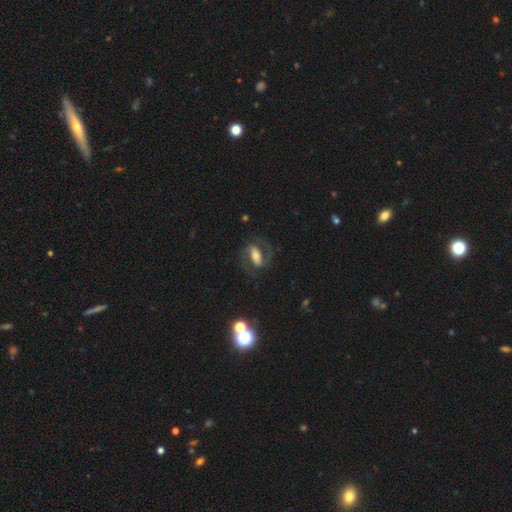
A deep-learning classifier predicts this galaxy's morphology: A featured or disk galaxy (73%) with a strong bar (55%), 2 (90%) medium (53%) spiral arms (88%) and a moderate central bulge (48%).

Vote fractions:
- Smooth or featured? featured or disk: 73% / smooth: 20% / star or artifact: 7%
- Edge-on disk? no: 93% / yes: 7%
- Bar? strong: 55% / weak: 27% / no: 18%
- Spiral arms? yes: 88% / no: 12%
- Spiral winding? medium: 53% / loose: 27% / tight: 20%
- Spiral arm count? 2: 90% / can't tell: 4% / 1: 3% / 3: 1% / 4: 1% / more than 4: 1%
- Bulge size? moderate: 48% / small: 29% / large: 16% / none: 3% / dominant: 3%
- Merging? none: 71% / minor disturbance: 14% / major disturbance: 13% / merger: 2%